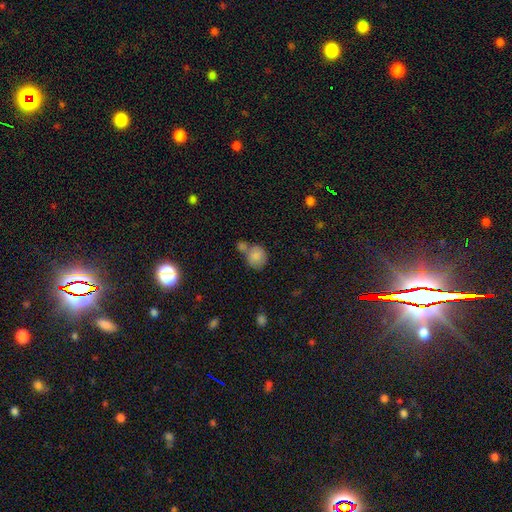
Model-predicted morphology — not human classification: type=smooth (84%); roundness=round (76%); merging=none (43%).